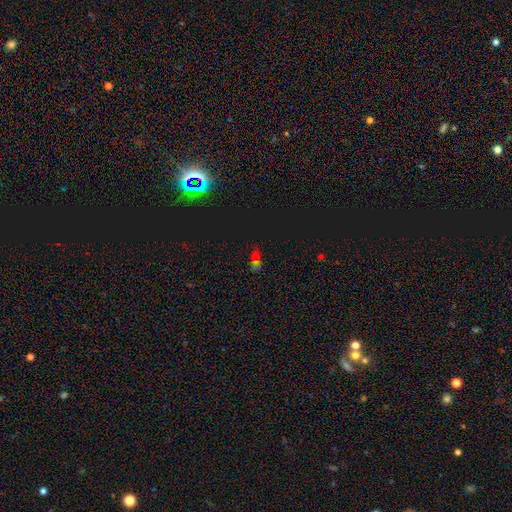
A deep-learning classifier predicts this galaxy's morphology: smooth-or-featured: star or artifact: 51% | smooth: 39% | featured or disk: 10%